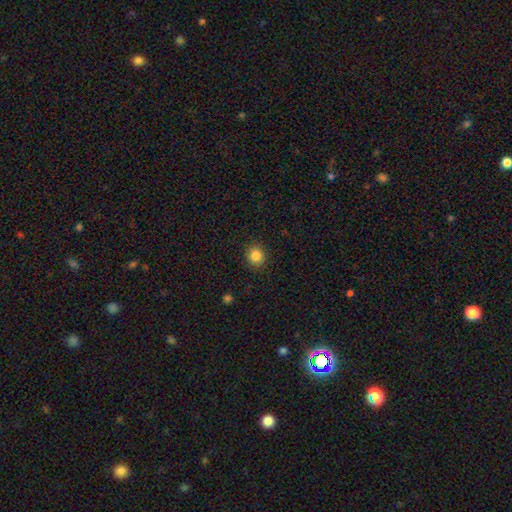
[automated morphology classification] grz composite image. It shows a smooth galaxy with no disk features (84%) that is round (83%). Merging: none (90%).